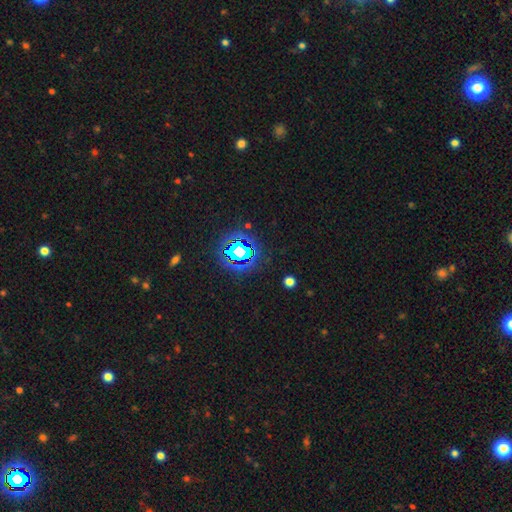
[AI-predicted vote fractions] Q: Smooth or featured?
A: star or artifact (79%); runner-up: smooth (14%)